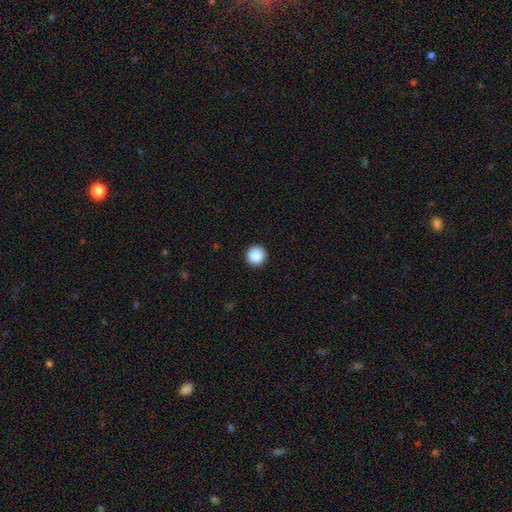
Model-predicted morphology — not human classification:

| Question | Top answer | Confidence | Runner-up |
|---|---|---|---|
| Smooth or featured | smooth | 89% | star or artifact (9%) |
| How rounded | round | 96% | in between (3%) |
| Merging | none | 93% | minor disturbance (5%) |